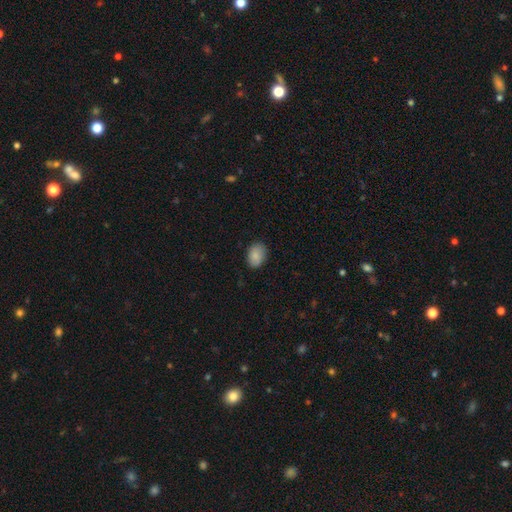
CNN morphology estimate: Smooth or featured: smooth — 87% (star or artifact — 7%)
How rounded: in between — 76% (round — 23%)
Merging: none — 83% (minor disturbance — 13%)